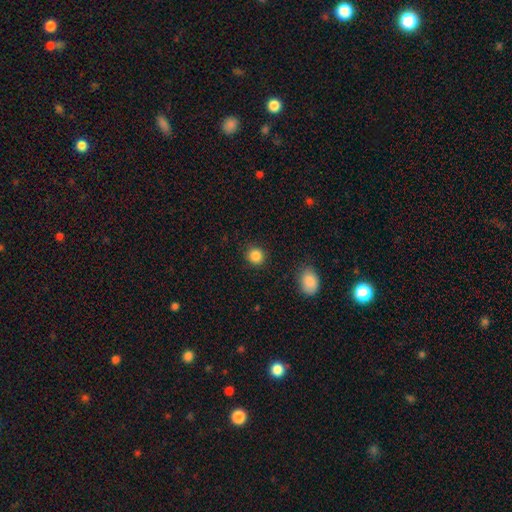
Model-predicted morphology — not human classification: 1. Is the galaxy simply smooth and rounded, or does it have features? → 86% smooth, 10% star or artifact, 4% featured or disk.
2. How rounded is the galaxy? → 88% round, 11% in between, 1% cigar-shaped.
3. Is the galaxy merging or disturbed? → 90% none, 6% minor disturbance, 2% major disturbance, 1% merger.